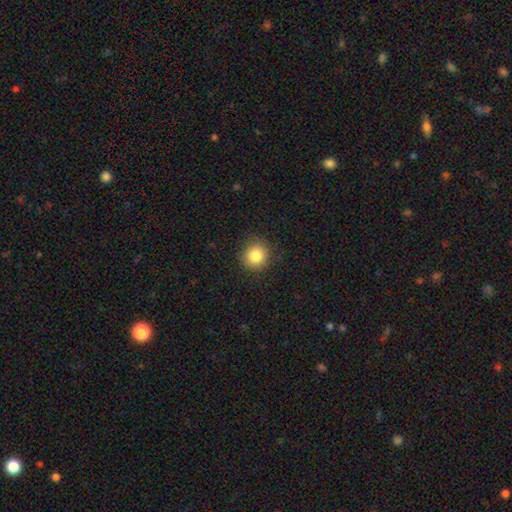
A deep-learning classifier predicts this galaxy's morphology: The model was most divided on "smooth or featured": smooth: 84%, star or artifact: 10%, featured or disk: 5%. More confident: how rounded — round (91%); merging — none (88%).